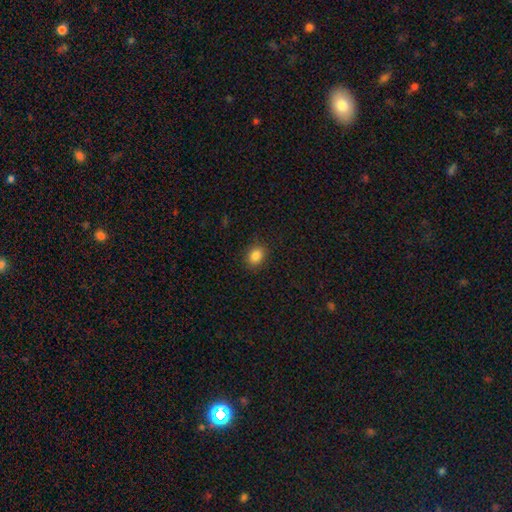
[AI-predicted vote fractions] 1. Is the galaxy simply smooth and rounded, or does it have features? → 85% smooth, 10% star or artifact, 4% featured or disk.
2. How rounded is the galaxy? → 51% round, 48% in between, 1% cigar-shaped.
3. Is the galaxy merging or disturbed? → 87% none, 9% minor disturbance, 3% major disturbance, 1% merger.